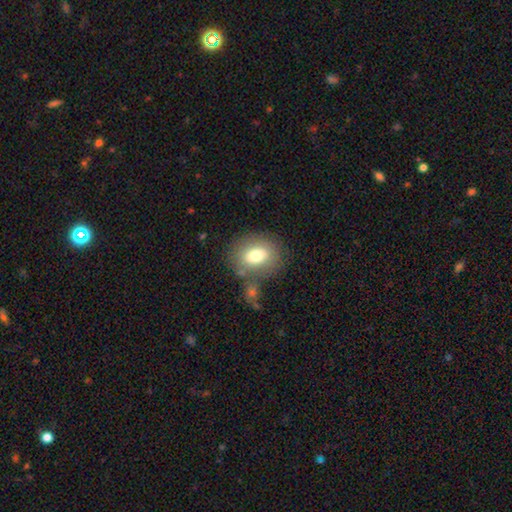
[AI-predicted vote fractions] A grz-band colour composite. It shows a smooth galaxy with no disk features (74%) that is in between round and cigar-shaped (54%). Merging: none (67%).